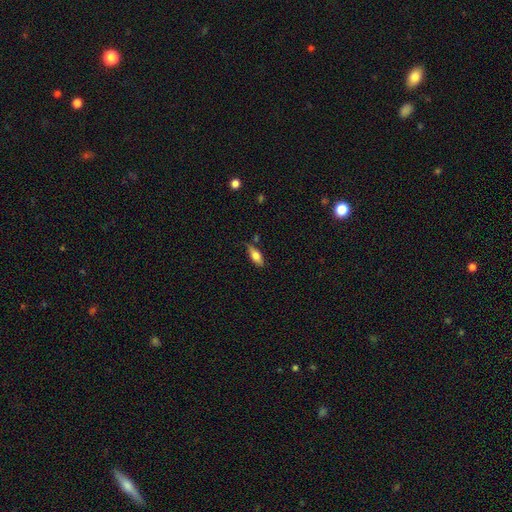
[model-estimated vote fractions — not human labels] A smooth galaxy with no disk features (70%) that is in between round and cigar-shaped (70%).

Vote fractions:
- Smooth or featured? smooth: 70% / featured or disk: 23% / star or artifact: 7%
- How rounded? in between: 70% / cigar-shaped: 27% / round: 3%
- Merging? none: 68% / minor disturbance: 23% / major disturbance: 4% / merger: 4%